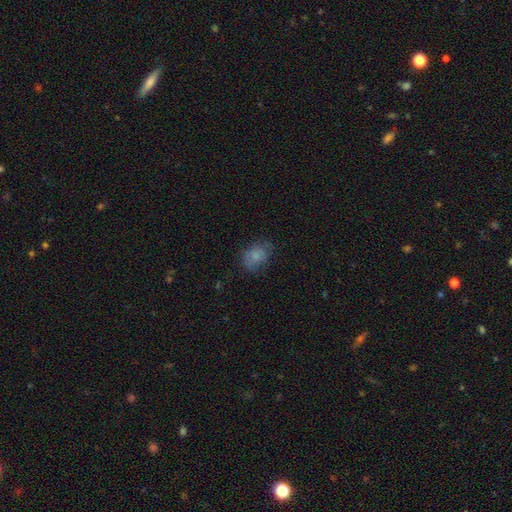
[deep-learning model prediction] The model was most divided on "how rounded": in between: 61%, round: 38%, cigar-shaped: 1%. More confident: smooth or featured — smooth (71%); merging — none (63%).